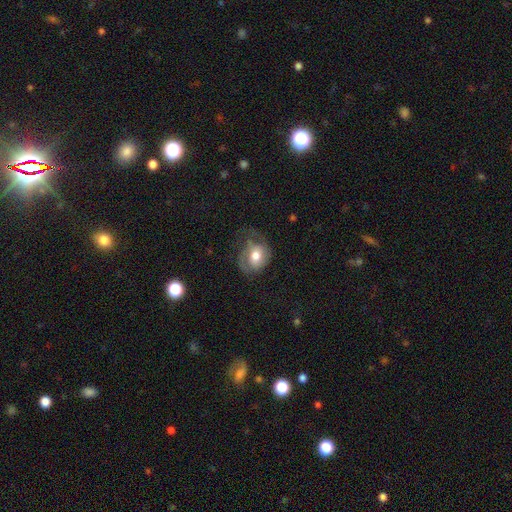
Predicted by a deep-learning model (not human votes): Smooth or featured? Predicted: smooth (p=0.54). How rounded? Predicted: round (p=0.56). Merging? Predicted: none (p=0.38).